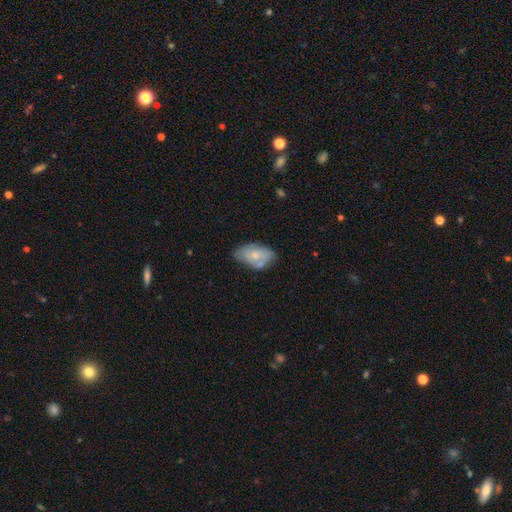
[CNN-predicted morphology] A smooth galaxy with no disk features (54%) that is in between round and cigar-shaped (91%). Merging: none (53%).